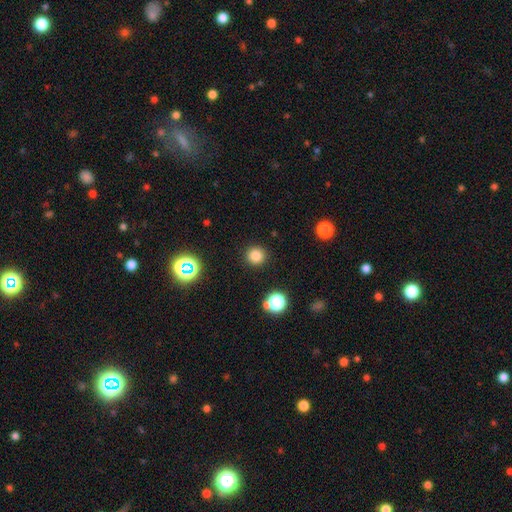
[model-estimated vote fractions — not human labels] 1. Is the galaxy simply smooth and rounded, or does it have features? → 81% smooth, 15% star or artifact, 4% featured or disk.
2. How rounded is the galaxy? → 94% round, 5% in between, 1% cigar-shaped.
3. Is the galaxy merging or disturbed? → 91% none, 5% minor disturbance, 2% major disturbance, 2% merger.